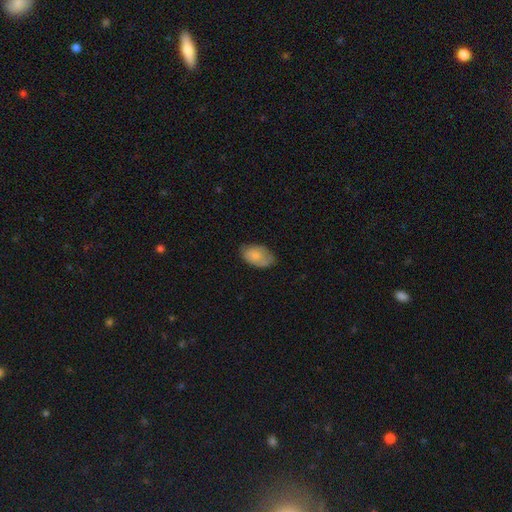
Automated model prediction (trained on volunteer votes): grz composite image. It shows a smooth galaxy with no disk features (72%) that is in between round and cigar-shaped (91%). Merging: none (64%).